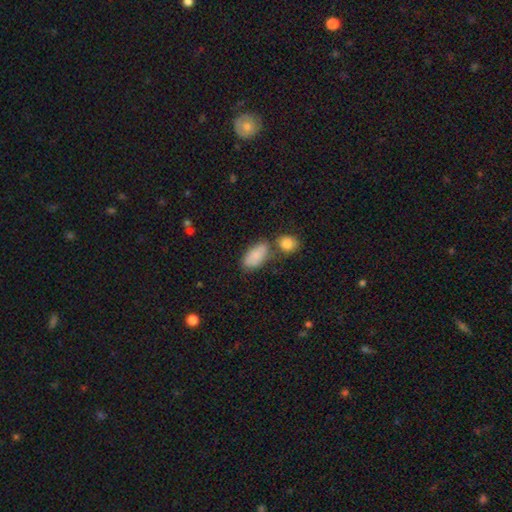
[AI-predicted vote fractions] The model was most divided on "merging": none: 53%, merger: 25%, minor disturbance: 17%, major disturbance: 6%. More confident: how rounded — in between (91%); smooth or featured — smooth (84%).